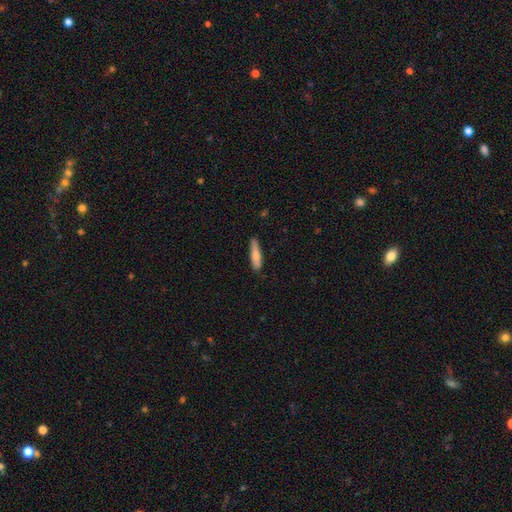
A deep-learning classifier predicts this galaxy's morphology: Q: Smooth or featured?
A: smooth (76%); runner-up: featured or disk (18%)
Q: How rounded?
A: cigar-shaped (80%); runner-up: in between (18%)
Q: Merging?
A: none (78%); runner-up: minor disturbance (18%)